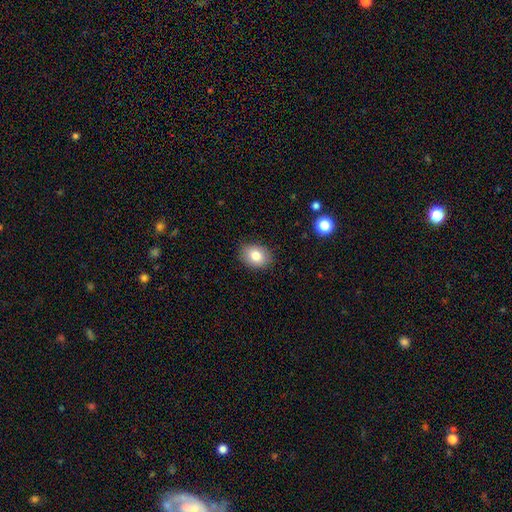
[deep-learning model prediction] A smooth galaxy with no disk features (81%) that is in between round and cigar-shaped (63%). Merging: none (86%).